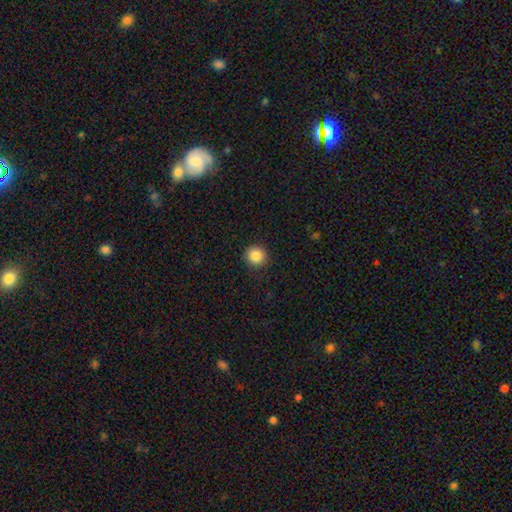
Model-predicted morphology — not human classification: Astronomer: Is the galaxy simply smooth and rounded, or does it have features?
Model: smooth — 87%.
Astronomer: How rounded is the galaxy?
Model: round — 94%.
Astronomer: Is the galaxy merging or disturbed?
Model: none — 91%.